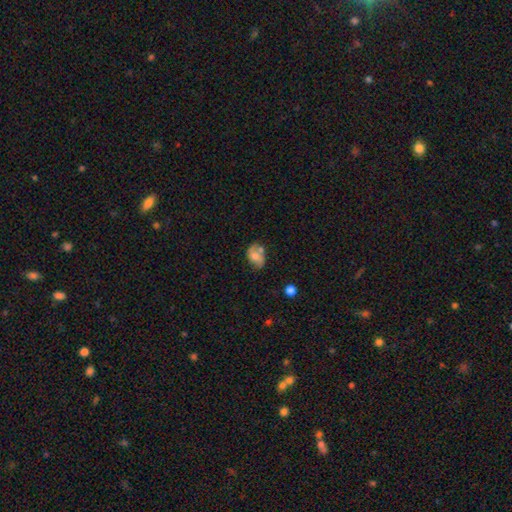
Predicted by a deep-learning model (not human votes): Smooth or featured?
  - smooth: 46% *
  - featured or disk: 45%
  - star or artifact: 9%
Merging?
  - none: 43% *
  - minor disturbance: 24%
  - merger: 21%
  - major disturbance: 11%